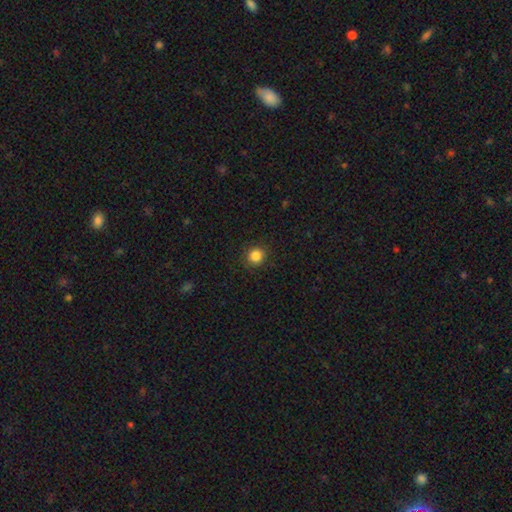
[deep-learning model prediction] Smooth or featured? Predicted: smooth (p=0.85). How rounded? Predicted: round (p=0.92). Merging? Predicted: none (p=0.90).